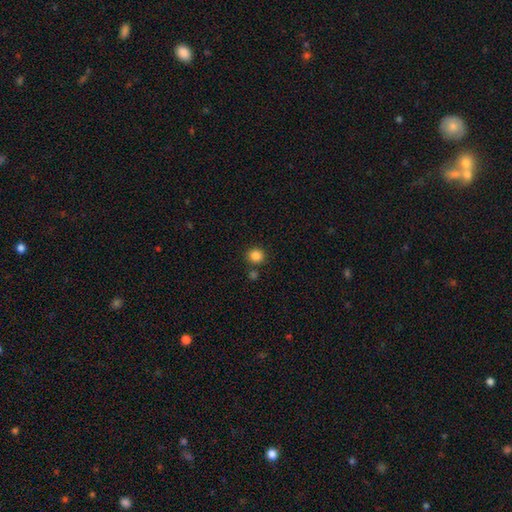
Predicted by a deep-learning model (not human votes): This is clearly a smooth galaxy (86%). How rounded: clearly round (92%). Merging: clearly none (83%).